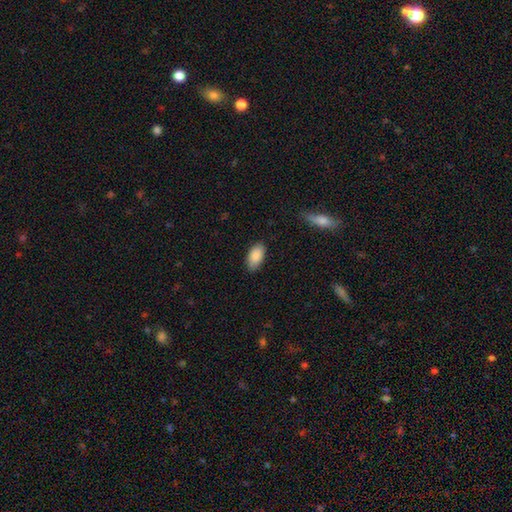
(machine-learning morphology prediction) smooth-or-featured: smooth: 89% | star or artifact: 6% | featured or disk: 5%
  how-rounded: in between: 94% | cigar-shaped: 3% | round: 3%
  merging: none: 82% | minor disturbance: 15% | major disturbance: 3% | merger: 1%